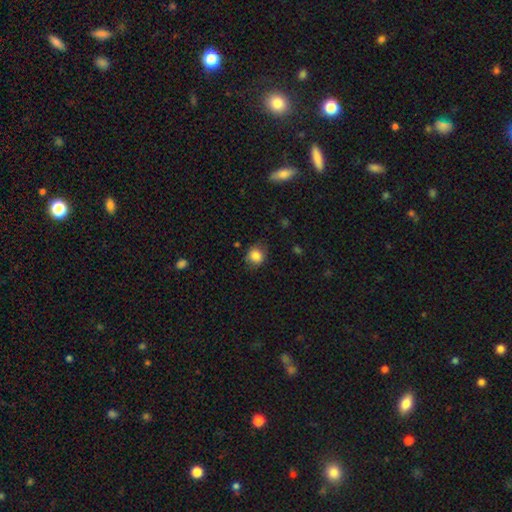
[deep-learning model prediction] Smooth or featured: smooth — 84% (star or artifact — 10%)
How rounded: round — 79% (in between — 20%)
Merging: none — 77% (minor disturbance — 17%)